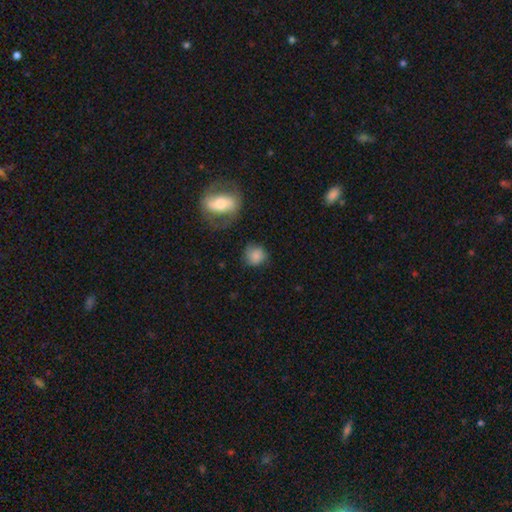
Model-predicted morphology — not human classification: This appears to be a smooth galaxy with no disk features (80%) that is round (83%). Merging: none (73%).